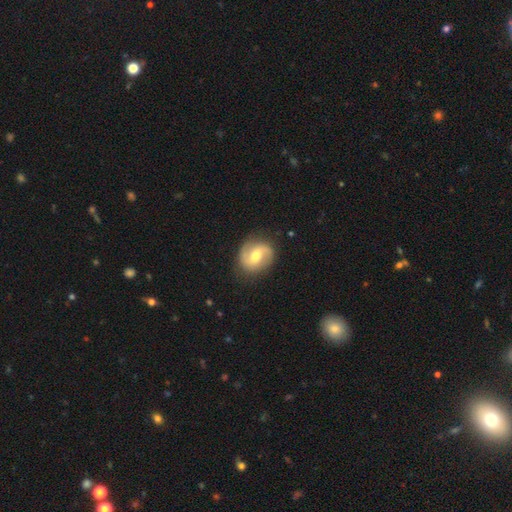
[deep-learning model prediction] Smooth or featured?
  - featured or disk: 77% *
  - smooth: 18%
  - star or artifact: 6%
Edge-on disk?
  - no: 98% *
  - yes: 2%
Bar?
  - weak: 49% *
  - no: 31%
  - strong: 19%
Spiral arms?
  - yes: 93% *
  - no: 7%
Spiral winding?
  - medium: 48% *
  - loose: 30%
  - tight: 22%
Spiral arm count?
  - 2: 90% *
  - can't tell: 4%
  - 1: 3%
  - 3: 1%
  - 4: 1%
  - more than 4: 1%
Bulge size?
  - moderate: 72% *
  - small: 18%
  - large: 8%
  - none: 1%
  - dominant: 1%
Merging?
  - none: 83% *
  - minor disturbance: 12%
  - major disturbance: 4%
  - merger: 1%